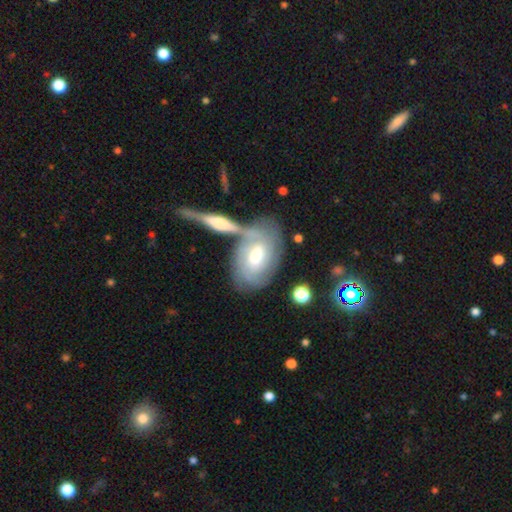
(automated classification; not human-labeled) featured or disk 65%, smooth 28%, star or artifact 7%. Down the decision tree: edge-on disk — no (84%); bar — no (45%); spiral arms — yes (81%); bulge size — moderate (61%); merging — none (50%).